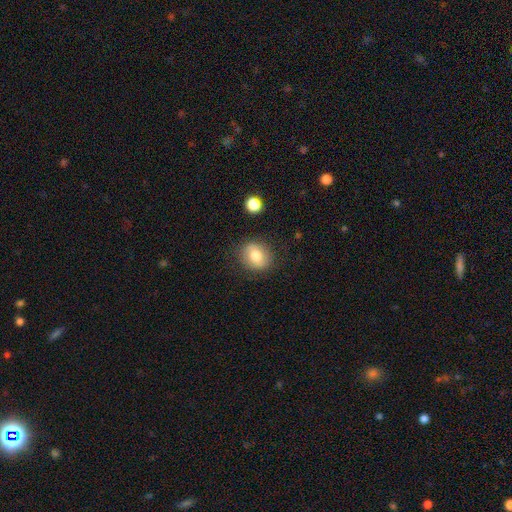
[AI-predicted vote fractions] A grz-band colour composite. It shows a smooth galaxy with no disk features (75%) that is round (71%). Merging: none (84%).